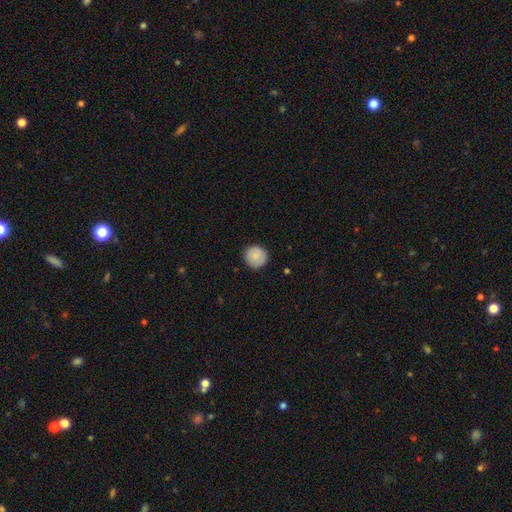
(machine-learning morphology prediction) A smooth galaxy with no disk features (86%) that is round (94%).

Vote fractions:
- Smooth or featured? smooth: 86% / featured or disk: 7% / star or artifact: 7%
- How rounded? round: 94% / in between: 5% / cigar-shaped: 1%
- Merging? none: 88% / minor disturbance: 9% / major disturbance: 2% / merger: 1%